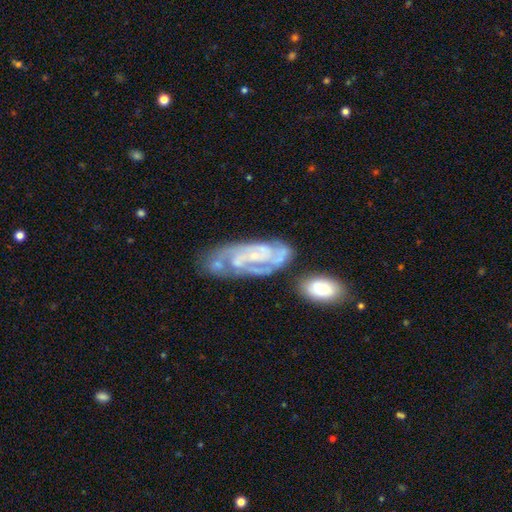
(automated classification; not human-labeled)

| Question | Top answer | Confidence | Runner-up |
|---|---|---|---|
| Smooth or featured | featured or disk | 83% | smooth (10%) |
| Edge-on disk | no | 93% | yes (7%) |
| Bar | no | 54% | weak (34%) |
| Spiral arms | yes | 94% | no (6%) |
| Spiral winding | tight | 57% | medium (35%) |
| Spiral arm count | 2 | 38% | 3 (26%) |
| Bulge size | small | 66% | none (16%) |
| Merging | none | 57% | minor disturbance (20%) |